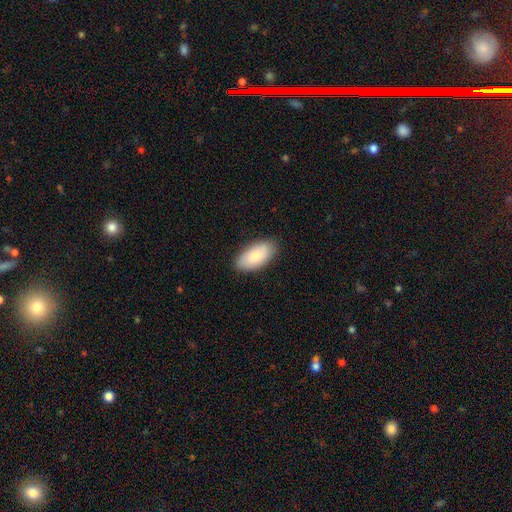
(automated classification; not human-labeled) Smooth or featured?
  - smooth: 83% *
  - featured or disk: 12%
  - star or artifact: 6%
How rounded?
  - in between: 94% *
  - cigar-shaped: 4%
  - round: 2%
Merging?
  - none: 86% *
  - minor disturbance: 11%
  - major disturbance: 2%
  - merger: 1%